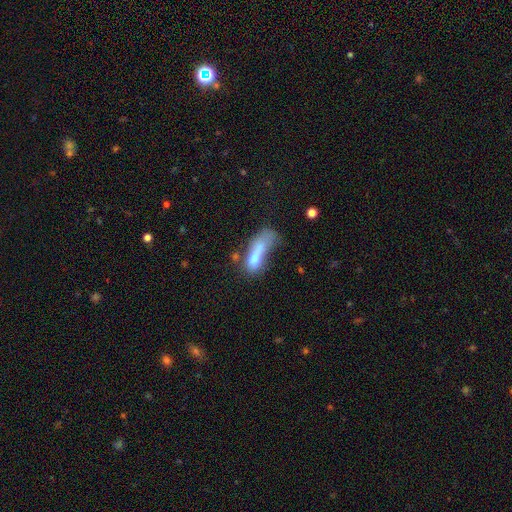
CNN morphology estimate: smooth 65%, featured or disk 25%, star or artifact 10%. Down the decision tree: how rounded — in between (61%); merging — major disturbance (37%).